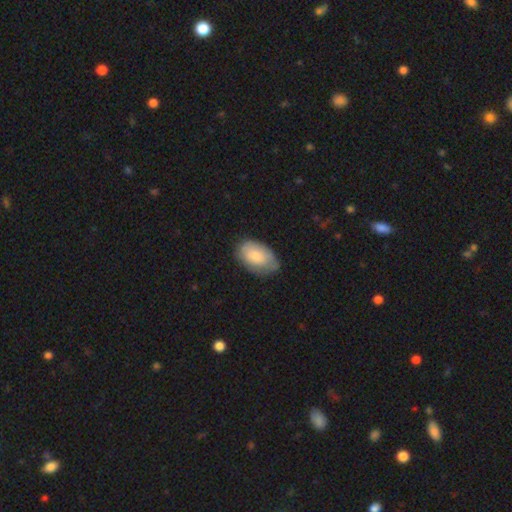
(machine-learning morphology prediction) This is likely a smooth galaxy (78%). How rounded: clearly in between (93%). Merging: likely none (68%).